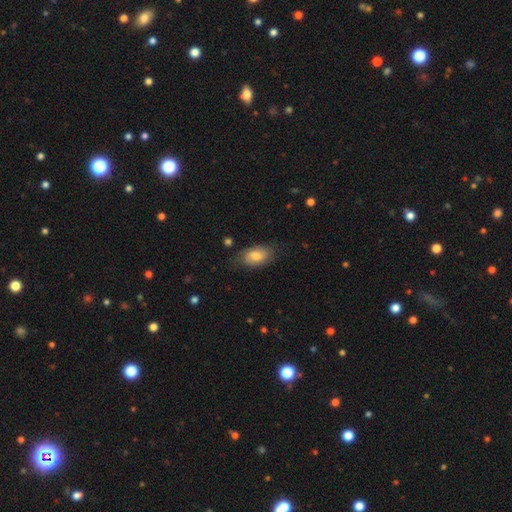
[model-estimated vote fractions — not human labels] A smooth galaxy with no disk features (72%) that is in between round and cigar-shaped (91%). Merging: none (72%).